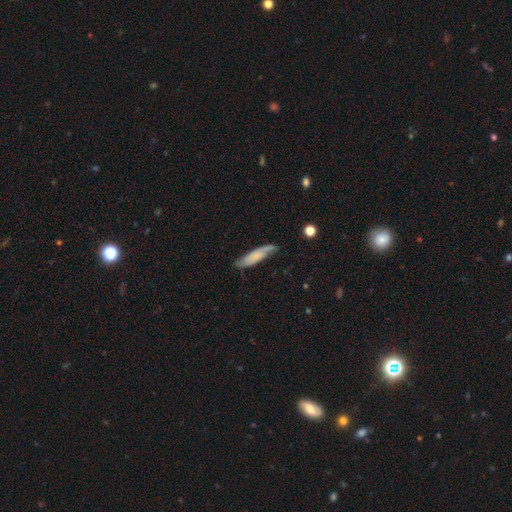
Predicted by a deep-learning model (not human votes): smooth_or_featured: smooth (p=0.54) [alt: featured or disk p=0.39]
how_rounded: cigar-shaped (p=0.68) [alt: in between p=0.30]
merging: none (p=0.64) [alt: minor disturbance p=0.26]